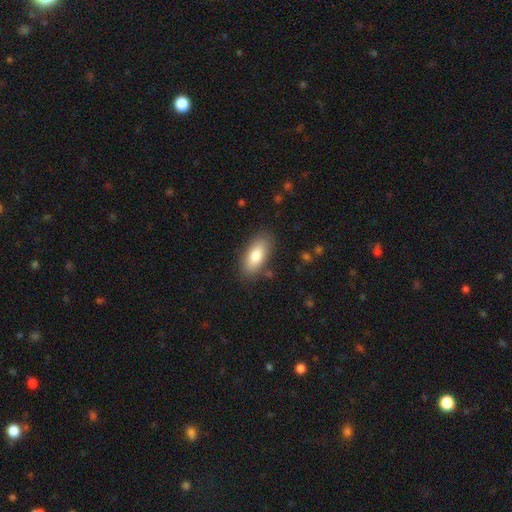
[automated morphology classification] The model was most divided on "smooth or featured": smooth: 80%, featured or disk: 14%, star or artifact: 7%. More confident: how rounded — in between (85%); merging — none (83%).